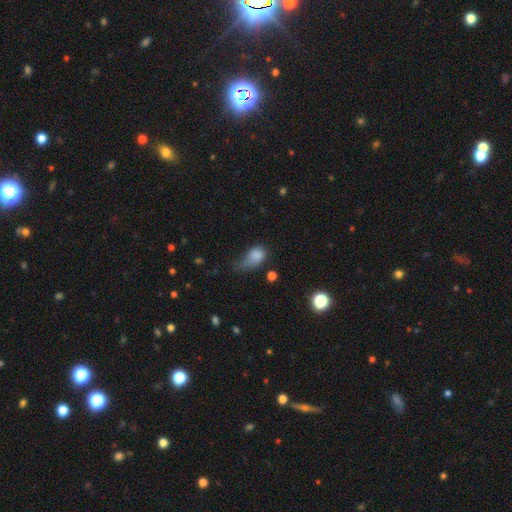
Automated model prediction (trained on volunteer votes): smooth 79%, featured or disk 11%, star or artifact 10%. Down the decision tree: how rounded — in between (77%); merging — major disturbance (41%).